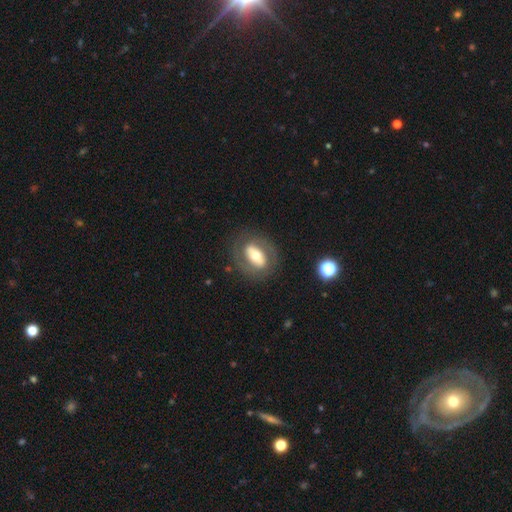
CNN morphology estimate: Q: Smooth or featured?
A: featured or disk (58%); runner-up: smooth (35%)
Q: Edge-on disk?
A: no (89%); runner-up: yes (11%)
Q: Bar?
A: strong (46%); runner-up: no (31%)
Q: Spiral arms?
A: no (61%); runner-up: yes (39%)
Q: Bulge size?
A: moderate (62%); runner-up: large (17%)
Q: Merging?
A: none (78%); runner-up: minor disturbance (12%)